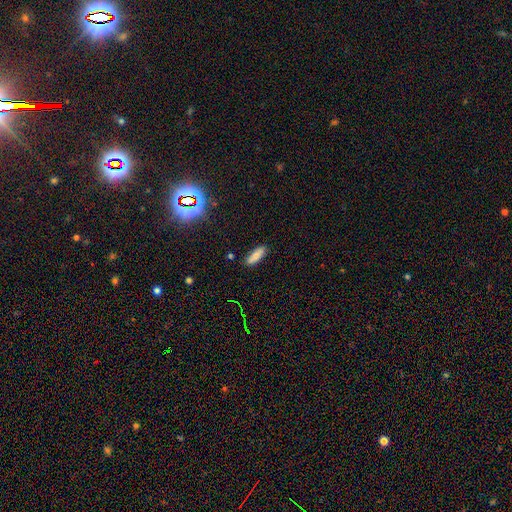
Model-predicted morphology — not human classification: smooth_or_featured: smooth (p=0.81) [alt: star or artifact p=0.10]
how_rounded: in between (p=0.54) [alt: cigar-shaped p=0.44]
merging: none (p=0.85) [alt: minor disturbance p=0.11]